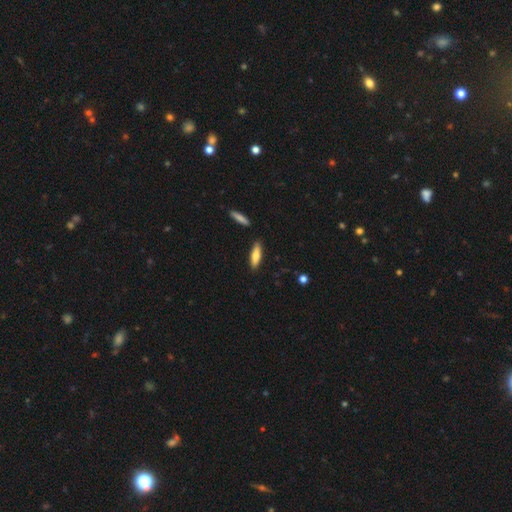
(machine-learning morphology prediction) smooth-or-featured: smooth: 74% | featured or disk: 20% | star or artifact: 6%
  how-rounded: cigar-shaped: 60% | in between: 38% | round: 2%
  merging: none: 85% | minor disturbance: 10% | merger: 3% | major disturbance: 2%